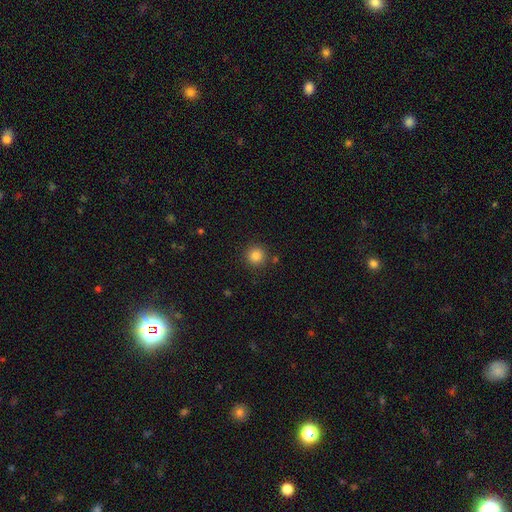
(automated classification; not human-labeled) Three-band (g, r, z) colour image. It shows a smooth galaxy with no disk features (84%) that is round (95%). Merging: none (88%).